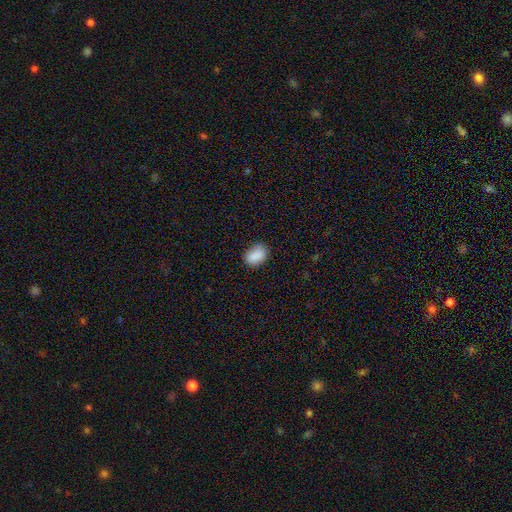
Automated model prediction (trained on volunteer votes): Smooth or featured?
  - smooth: 88% *
  - star or artifact: 8%
  - featured or disk: 4%
How rounded?
  - in between: 79% *
  - round: 19%
  - cigar-shaped: 1%
Merging?
  - none: 80% *
  - minor disturbance: 16%
  - major disturbance: 3%
  - merger: 1%